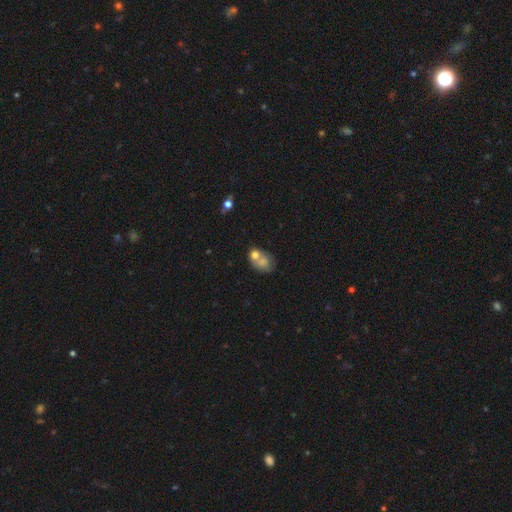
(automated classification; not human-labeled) smooth 65%, featured or disk 23%, star or artifact 12%. Down the decision tree: how rounded — in between (58%); merging — merger (48%).